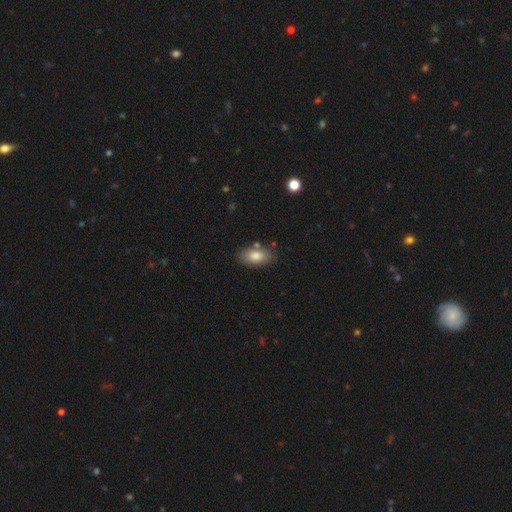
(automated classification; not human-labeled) This is clearly a smooth galaxy (82%). How rounded: clearly in between (92%). Merging: clearly none (81%).